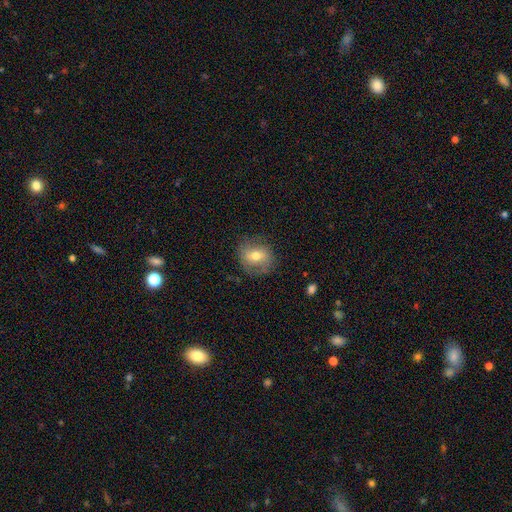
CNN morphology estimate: smooth_or_featured: smooth (p=0.54) [alt: featured or disk p=0.37]
how_rounded: round (p=0.70) [alt: in between p=0.29]
merging: none (p=0.74) [alt: minor disturbance p=0.18]